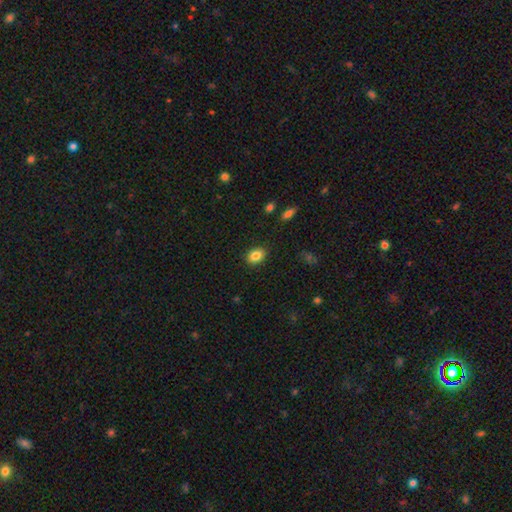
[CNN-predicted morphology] Smooth or featured? smooth (85%)
How rounded? in between (74%)
Merging? none (87%)